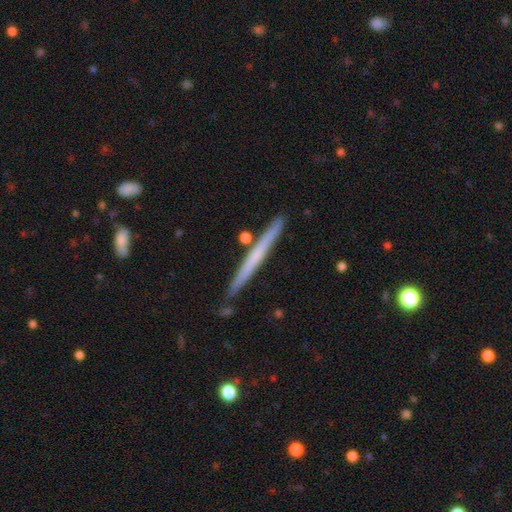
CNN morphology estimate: The model was most divided on "smooth or featured": featured or disk: 51%, smooth: 43%, star or artifact: 6%. More confident: edge-on disk — yes (97%); merging — none (88%).